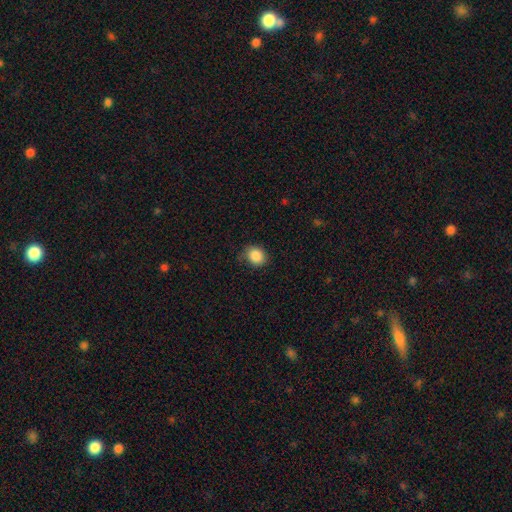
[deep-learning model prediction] The model was most divided on "how rounded": round: 67%, in between: 32%, cigar-shaped: 1%. More confident: smooth or featured — smooth (87%); merging — none (75%).